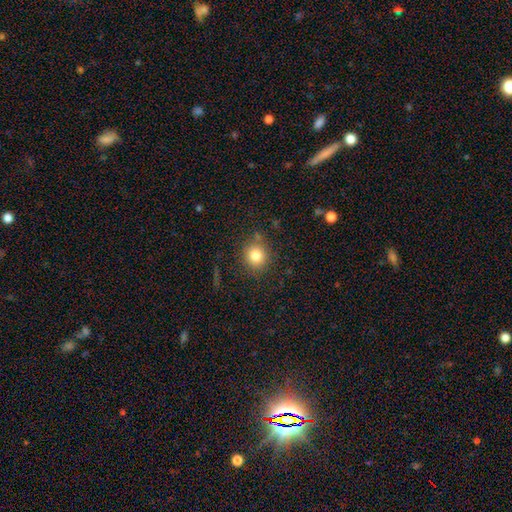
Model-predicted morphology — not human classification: smooth_or_featured: smooth (p=0.81) [alt: star or artifact p=0.11]
how_rounded: round (p=0.86) [alt: in between p=0.13]
merging: none (p=0.82) [alt: minor disturbance p=0.11]